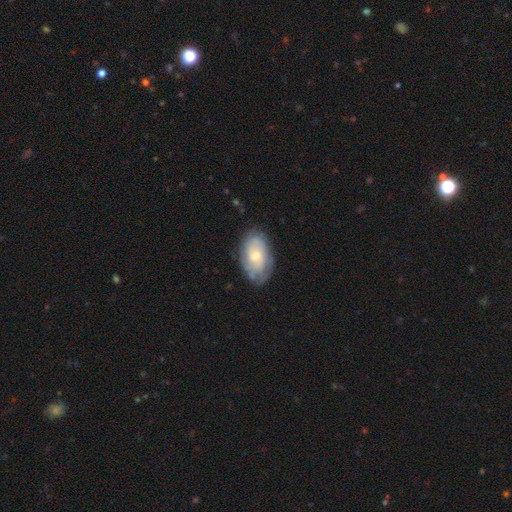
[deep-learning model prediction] This appears to be a smooth galaxy with no disk features (53%) that is in between round and cigar-shaped (92%). Merging: none (71%).